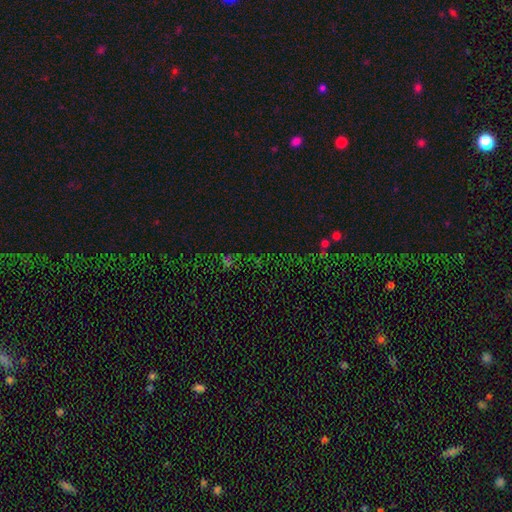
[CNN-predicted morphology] Smooth or featured?
  - star or artifact: 70% *
  - smooth: 18%
  - featured or disk: 11%